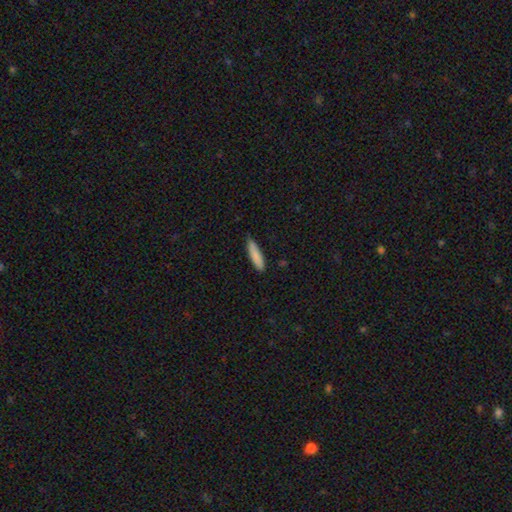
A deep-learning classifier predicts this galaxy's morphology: Overall: smooth (86%). How rounded: cigar-shaped (76%). Merging: none (81%).